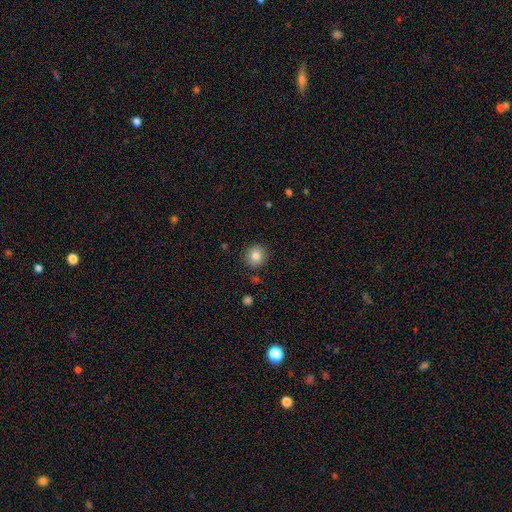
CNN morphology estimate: type=smooth (83%); roundness=round (90%); merging=none (89%).